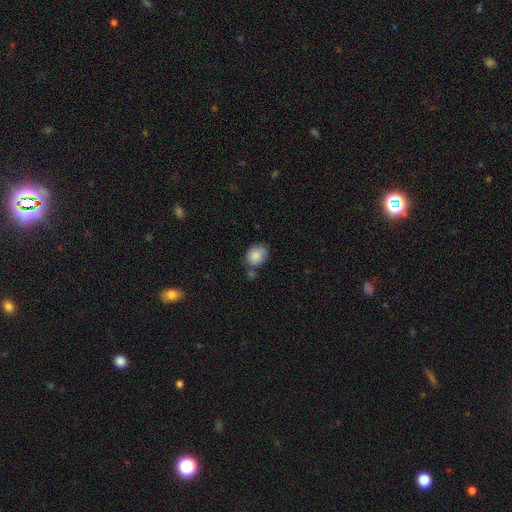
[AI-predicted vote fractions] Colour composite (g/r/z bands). It shows a smooth galaxy with no disk features (85%) that is round (53%). Merging: none (61%).